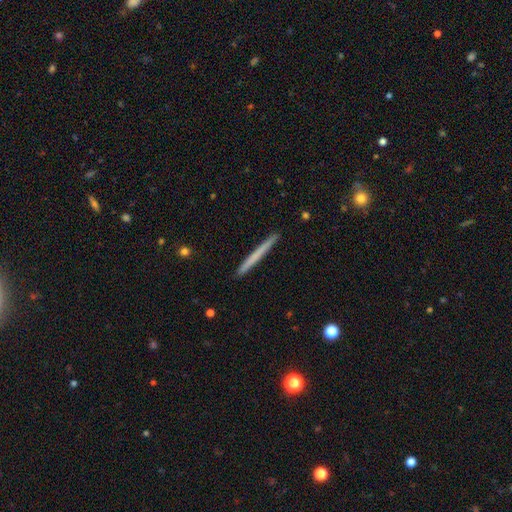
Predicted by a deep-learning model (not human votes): Smooth or featured?
  - smooth: 59% *
  - featured or disk: 36%
  - star or artifact: 5%
How rounded?
  - cigar-shaped: 97% *
  - in between: 1%
  - round: 1%
Merging?
  - none: 93% *
  - minor disturbance: 5%
  - major disturbance: 1%
  - merger: 1%